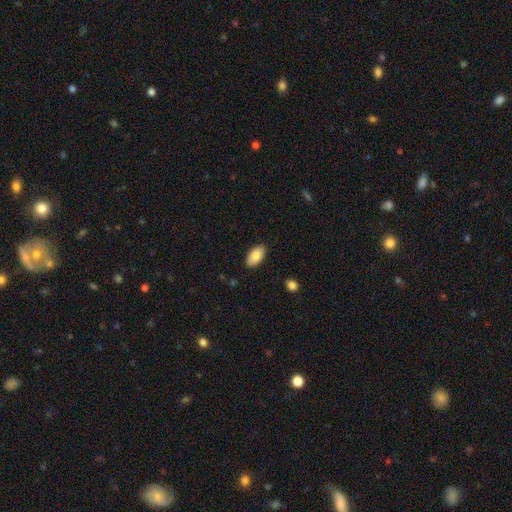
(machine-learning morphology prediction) This is clearly a smooth galaxy (85%). How rounded: clearly in between (95%). Merging: clearly none (88%).